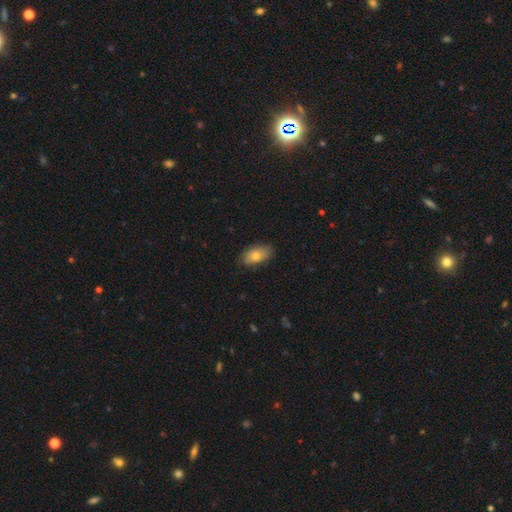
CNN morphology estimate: smooth 77%, featured or disk 16%, star or artifact 7%. Down the decision tree: how rounded — in between (91%); merging — none (79%).